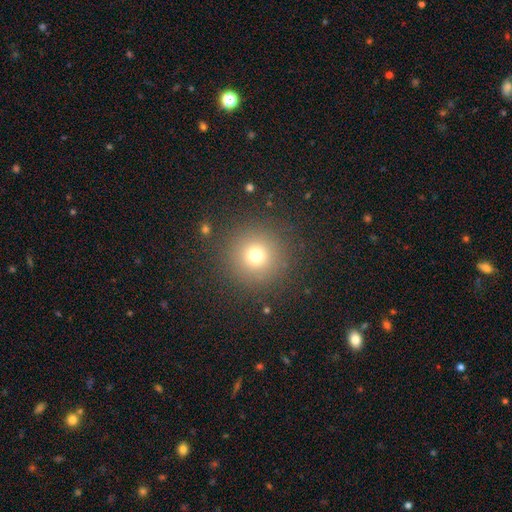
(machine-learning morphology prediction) Smooth or featured? smooth (72%)
How rounded? round (96%)
Merging? none (89%)